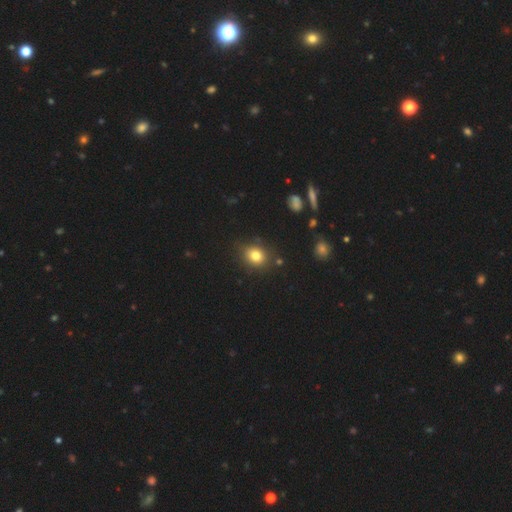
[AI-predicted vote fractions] Morphology: type=smooth (80%); roundness=round (60%); merging=none (81%).